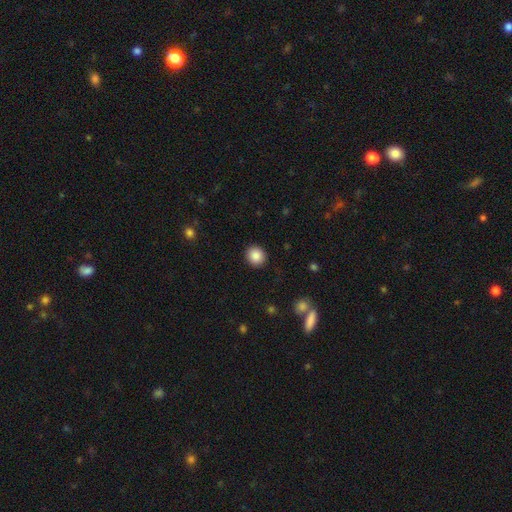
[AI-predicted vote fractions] The model was most divided on "smooth or featured": smooth: 87%, star or artifact: 9%, featured or disk: 4%. More confident: merging — none (91%); how rounded — round (89%).